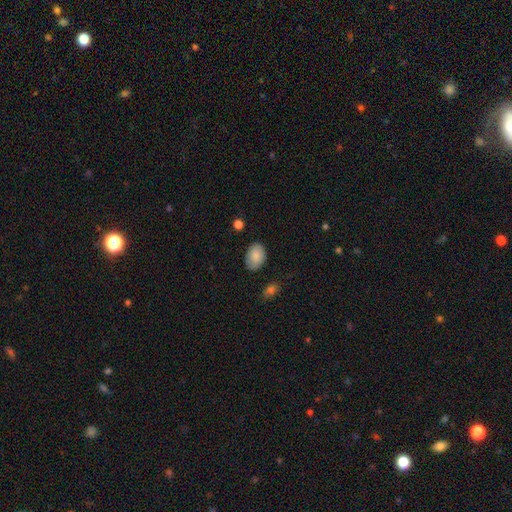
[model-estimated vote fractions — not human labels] Q: Smooth or featured?
A: smooth (86%); runner-up: featured or disk (7%)
Q: How rounded?
A: in between (85%); runner-up: round (14%)
Q: Merging?
A: none (81%); runner-up: minor disturbance (14%)